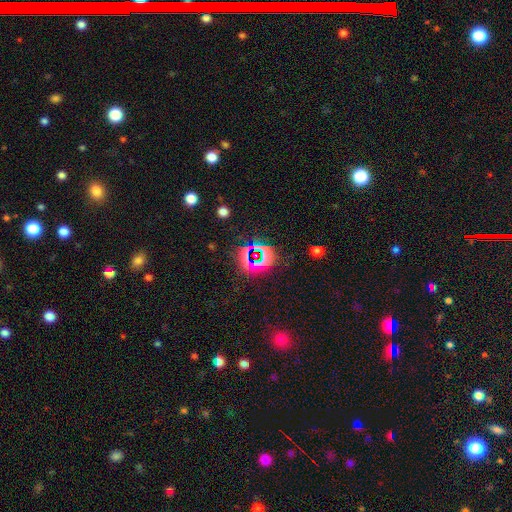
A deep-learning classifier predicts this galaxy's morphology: The model was most divided on "smooth or featured": star or artifact: 73%, smooth: 16%, featured or disk: 11%.